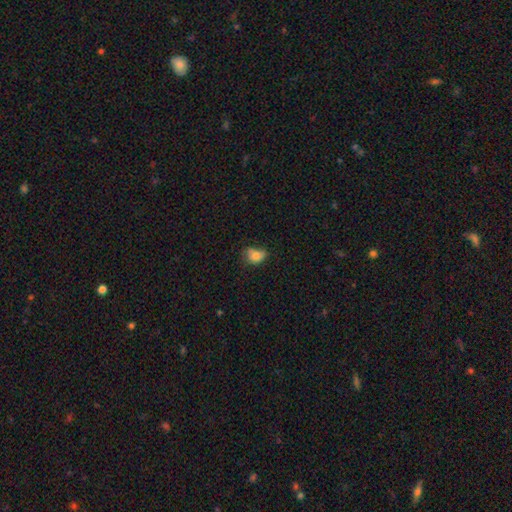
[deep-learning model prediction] Smooth or featured?
  - smooth: 77% *
  - featured or disk: 12%
  - star or artifact: 11%
How rounded?
  - in between: 62% *
  - round: 37%
  - cigar-shaped: 1%
Merging?
  - none: 43% *
  - minor disturbance: 36%
  - major disturbance: 13%
  - merger: 8%